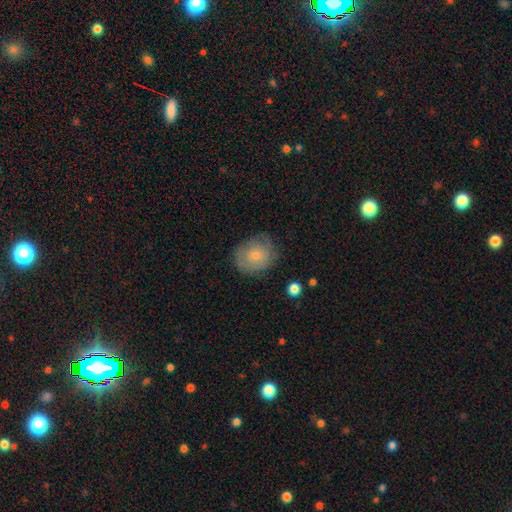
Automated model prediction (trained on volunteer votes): Overall: smooth (67%). How rounded: round (70%). Merging: none (72%).